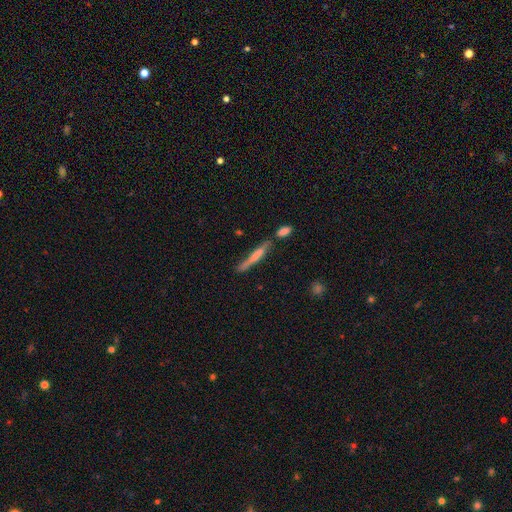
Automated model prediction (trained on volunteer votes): Q: Smooth or featured?
A: smooth (56%); runner-up: featured or disk (37%)
Q: How rounded?
A: cigar-shaped (92%); runner-up: in between (6%)
Q: Merging?
A: none (57%); runner-up: minor disturbance (20%)